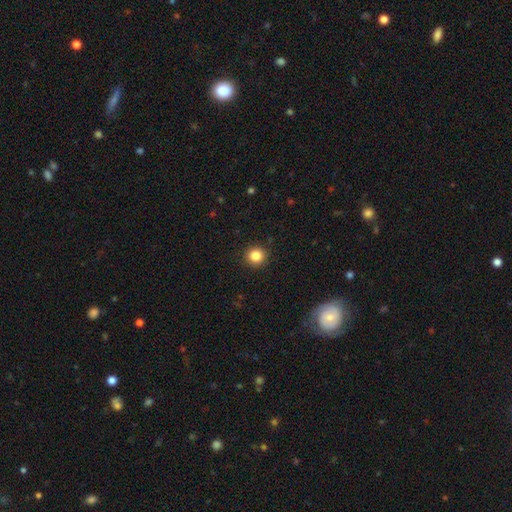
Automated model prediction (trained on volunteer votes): smooth-or-featured: smooth: 85% | star or artifact: 10% | featured or disk: 4%
  how-rounded: round: 93% | in between: 6% | cigar-shaped: 1%
  merging: none: 92% | minor disturbance: 5% | major disturbance: 2% | merger: 1%